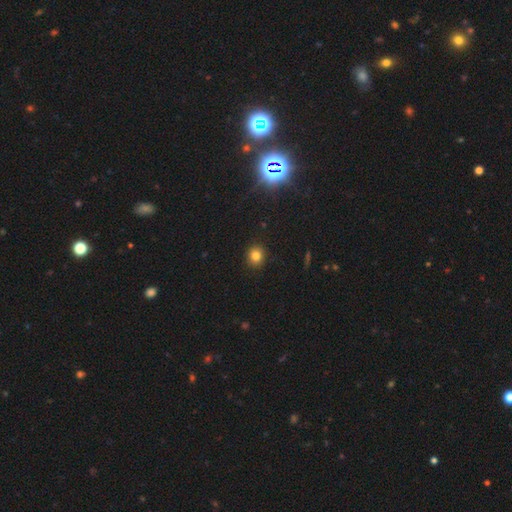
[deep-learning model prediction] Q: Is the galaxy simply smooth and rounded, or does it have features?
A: smooth — 81%.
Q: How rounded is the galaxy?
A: round — 85%.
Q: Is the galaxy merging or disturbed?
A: none — 91%.